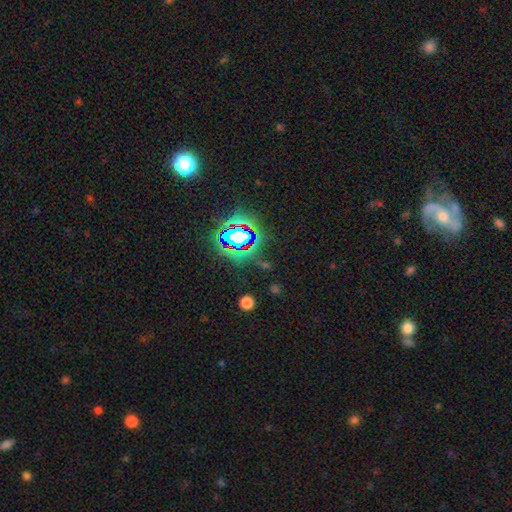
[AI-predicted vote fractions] Smooth or featured? Predicted: star or artifact (p=0.76).